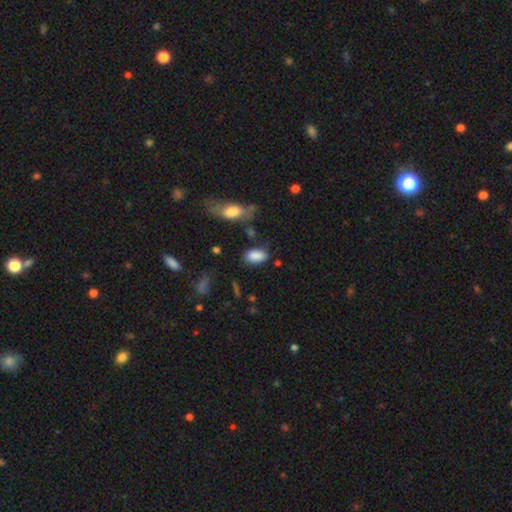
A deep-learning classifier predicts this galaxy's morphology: Smooth or featured?
  - smooth: 86% *
  - star or artifact: 8%
  - featured or disk: 6%
How rounded?
  - in between: 91% *
  - round: 5%
  - cigar-shaped: 4%
Merging?
  - none: 69% *
  - minor disturbance: 20%
  - major disturbance: 6%
  - merger: 5%